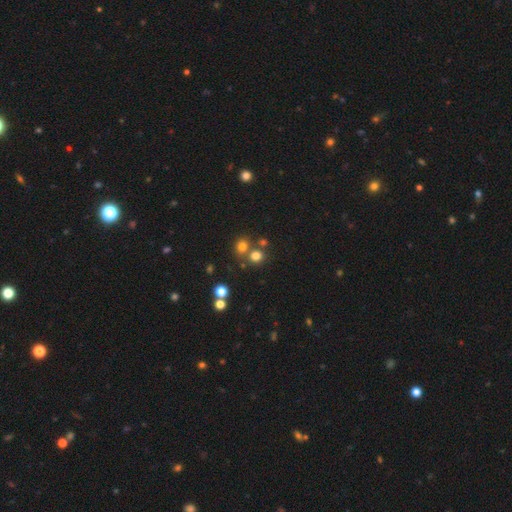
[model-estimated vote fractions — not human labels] smooth_or_featured: smooth (p=0.73) [alt: star or artifact p=0.19]
how_rounded: round (p=0.84) [alt: in between p=0.15]
merging: none (p=0.63) [alt: merger p=0.26]